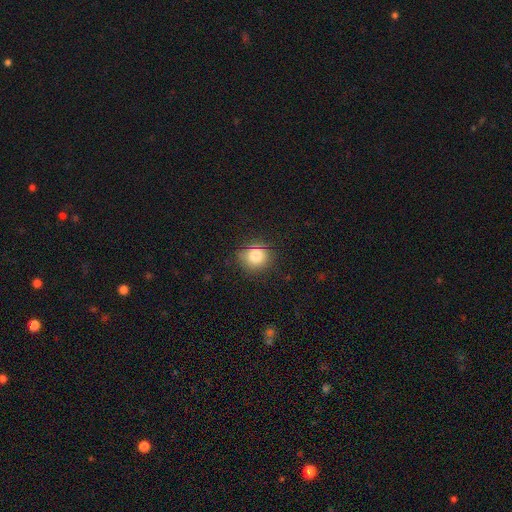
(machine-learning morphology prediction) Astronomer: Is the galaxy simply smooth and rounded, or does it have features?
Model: smooth — 79%.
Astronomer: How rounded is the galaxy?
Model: round — 84%.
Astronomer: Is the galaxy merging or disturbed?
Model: none — 83%.